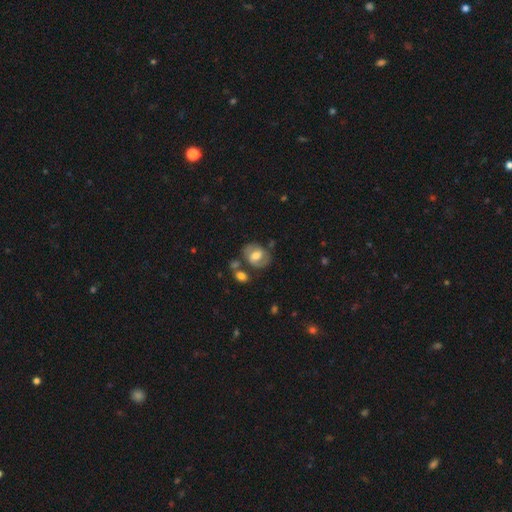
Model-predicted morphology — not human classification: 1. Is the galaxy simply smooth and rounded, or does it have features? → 51% featured or disk, 42% smooth, 7% star or artifact.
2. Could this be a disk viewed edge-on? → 96% no, 4% yes.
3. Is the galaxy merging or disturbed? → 63% none, 18% minor disturbance, 11% merger, 8% major disturbance.